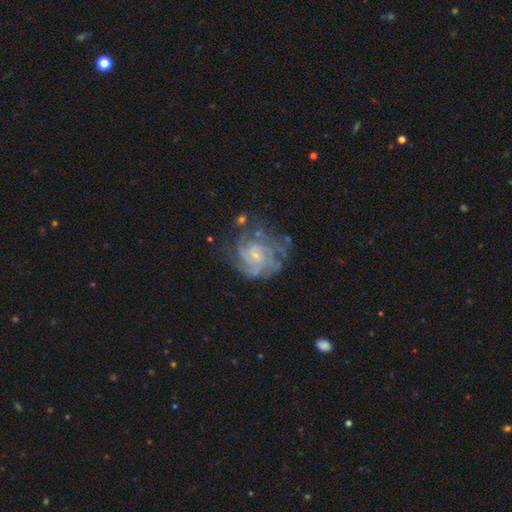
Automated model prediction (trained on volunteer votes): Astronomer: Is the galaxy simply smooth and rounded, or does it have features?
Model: featured or disk — 84%.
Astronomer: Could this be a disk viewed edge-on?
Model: no — 98%.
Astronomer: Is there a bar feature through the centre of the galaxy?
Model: no — 72%.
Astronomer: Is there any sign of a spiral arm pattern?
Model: yes — 94%.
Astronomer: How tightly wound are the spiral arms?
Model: tight — 60%.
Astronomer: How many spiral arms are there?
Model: can't tell — 32% (runner-up: 4, 24%).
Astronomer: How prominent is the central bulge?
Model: small — 77%.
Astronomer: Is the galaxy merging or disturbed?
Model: none — 61%.